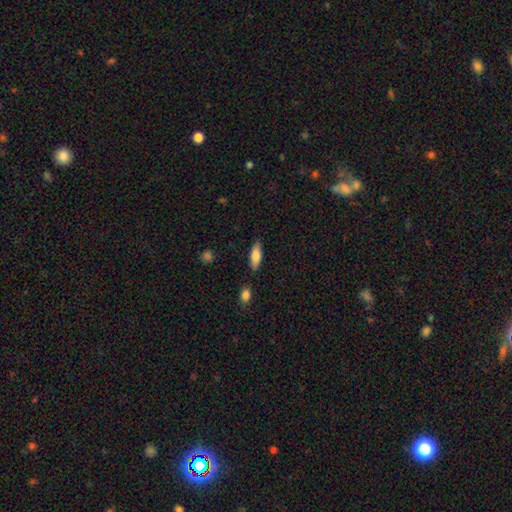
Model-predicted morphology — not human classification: smooth 78%, featured or disk 16%, star or artifact 6%. Down the decision tree: how rounded — in between (65%); merging — none (83%).